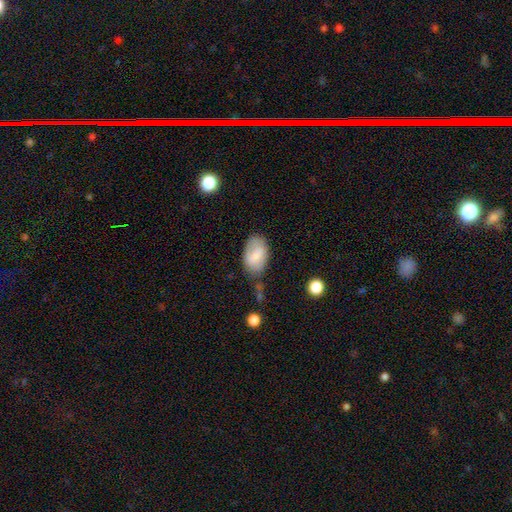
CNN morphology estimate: This is likely a smooth galaxy (76%). How rounded: clearly in between (92%). Merging: possibly none (57%).